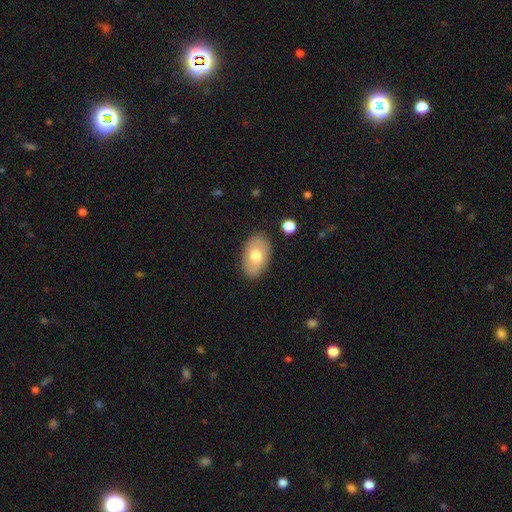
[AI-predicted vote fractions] Smooth or featured? Predicted: smooth (p=0.71). How rounded? Predicted: in between (p=0.90). Merging? Predicted: none (p=0.84).